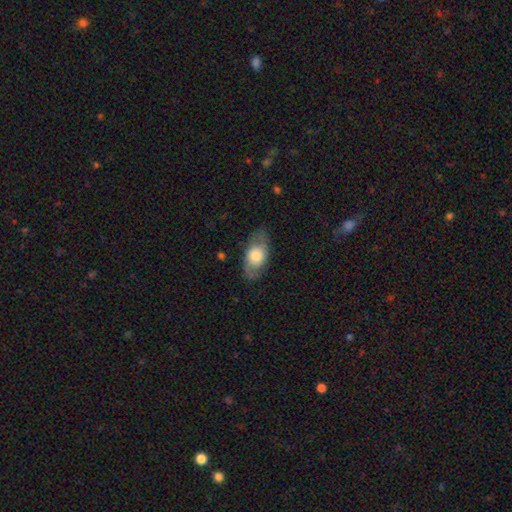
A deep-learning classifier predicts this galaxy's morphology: Smooth or featured?
  - smooth: 51% *
  - featured or disk: 42%
  - star or artifact: 6%
How rounded?
  - in between: 86% *
  - round: 10%
  - cigar-shaped: 4%
Merging?
  - none: 77% *
  - minor disturbance: 15%
  - major disturbance: 6%
  - merger: 1%